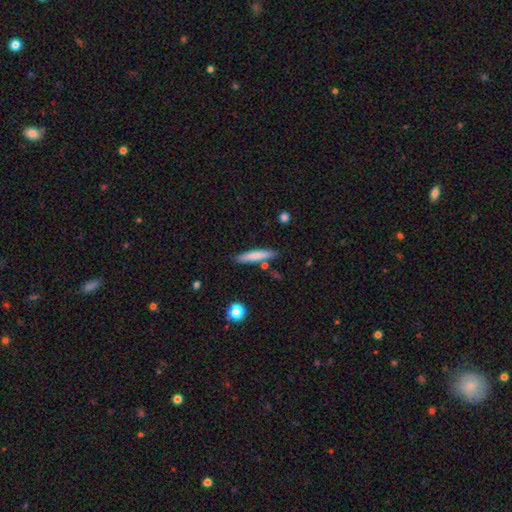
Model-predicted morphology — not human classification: This is likely a smooth galaxy (74%). How rounded: clearly cigar-shaped (89%). Merging: clearly none (82%).